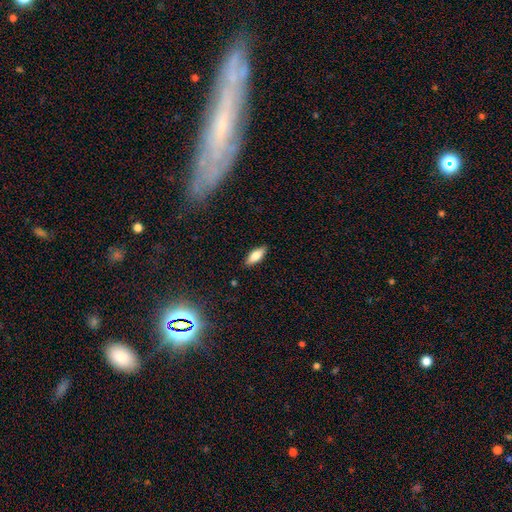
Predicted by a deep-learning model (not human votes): Smooth or featured? smooth (75%)
How rounded? in between (70%)
Merging? none (87%)